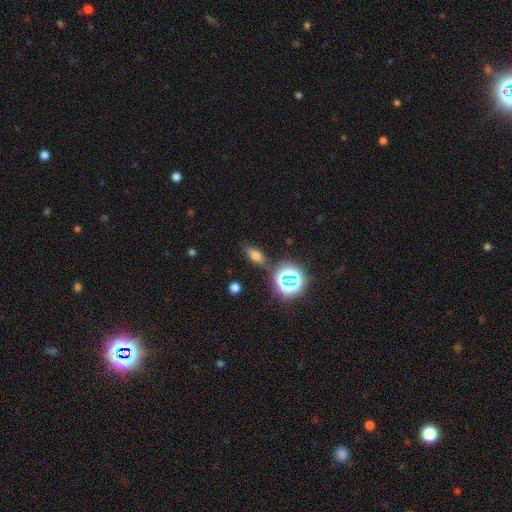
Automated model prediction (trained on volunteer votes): Overall: smooth (62%; star or artifact 24%). How rounded: in between (71%). Merging: none (82%).